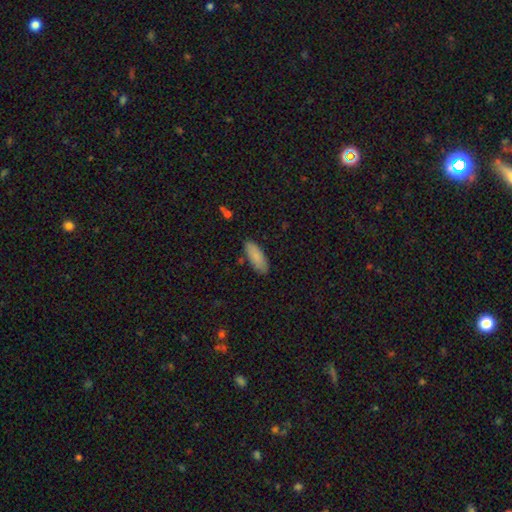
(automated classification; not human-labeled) Smooth or featured?
  - smooth: 87% *
  - star or artifact: 7%
  - featured or disk: 7%
How rounded?
  - in between: 73% *
  - cigar-shaped: 25%
  - round: 2%
Merging?
  - none: 84% *
  - minor disturbance: 12%
  - major disturbance: 2%
  - merger: 2%